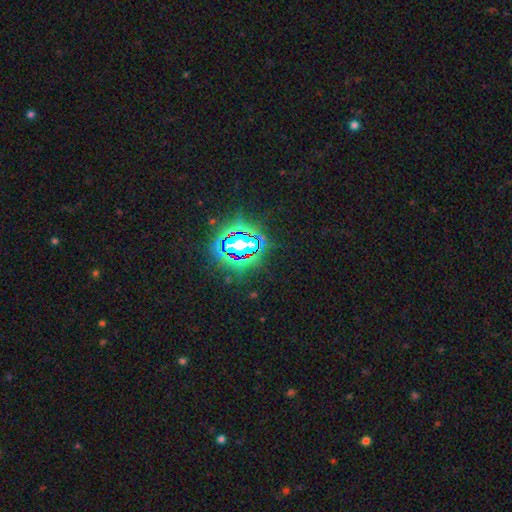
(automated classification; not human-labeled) Morphology: type=star or artifact (85%).